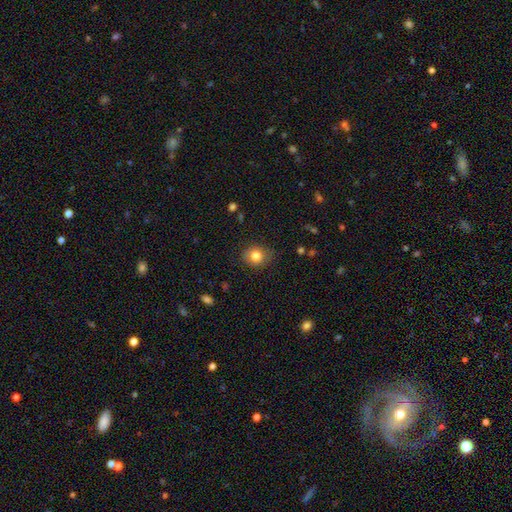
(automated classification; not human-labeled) The model was most divided on "how rounded": round: 73%, in between: 26%, cigar-shaped: 1%. More confident: smooth or featured — smooth (82%); merging — none (82%).